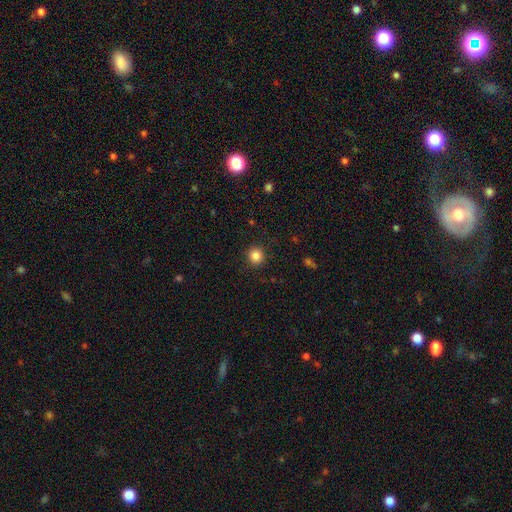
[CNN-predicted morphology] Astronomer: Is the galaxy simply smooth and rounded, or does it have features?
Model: smooth — 85%.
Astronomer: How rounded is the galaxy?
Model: round — 94%.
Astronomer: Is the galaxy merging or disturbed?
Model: none — 91%.